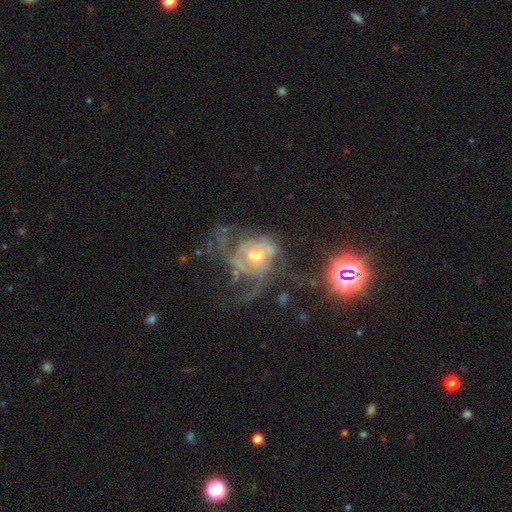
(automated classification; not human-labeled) A featured or disk galaxy (72%) with no bar (63%), spiral arms (67%) and a moderate central bulge (50%). Merging: major disturbance (42%).